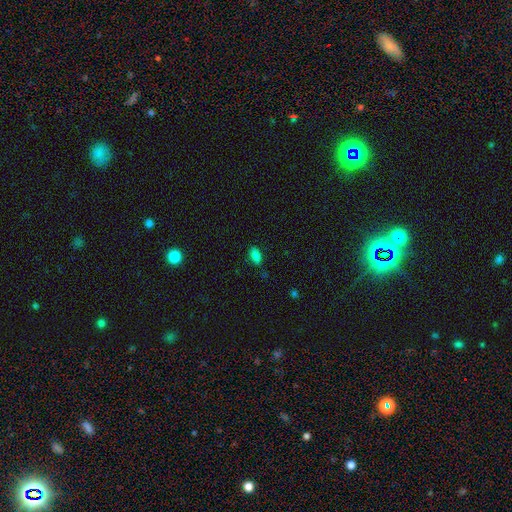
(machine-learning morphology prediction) A smooth galaxy with no disk features (82%) that is in between round and cigar-shaped (91%).

Vote fractions:
- Smooth or featured? smooth: 82% / star or artifact: 14% / featured or disk: 5%
- How rounded? in between: 91% / round: 4% / cigar-shaped: 4%
- Merging? none: 81% / minor disturbance: 14% / major disturbance: 3% / merger: 2%